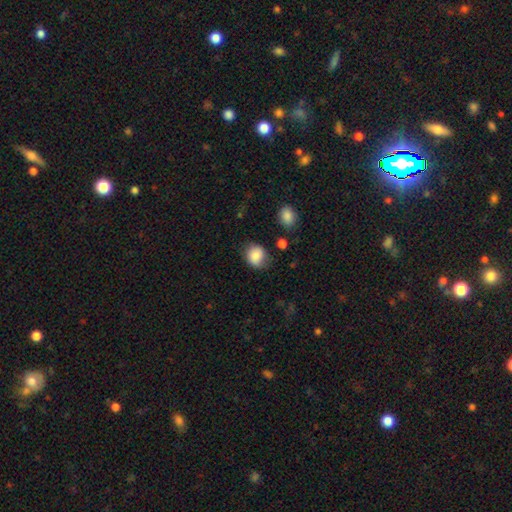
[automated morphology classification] The model was most divided on "how rounded": round: 68%, in between: 32%, cigar-shaped: 1%. More confident: smooth or featured — smooth (85%); merging — none (67%).